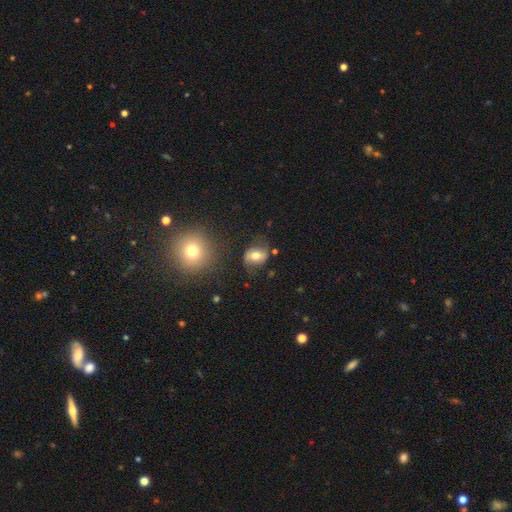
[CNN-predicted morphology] The model was most divided on "how rounded": in between: 52%, round: 46%, cigar-shaped: 2%. More confident: merging — none (66%); smooth or featured — smooth (60%).